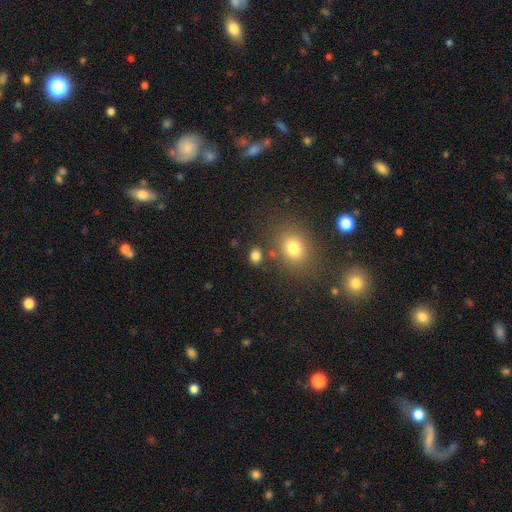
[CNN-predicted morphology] Overall: smooth (80%). How rounded: round (50%; in between 49%). Merging: none (77%).